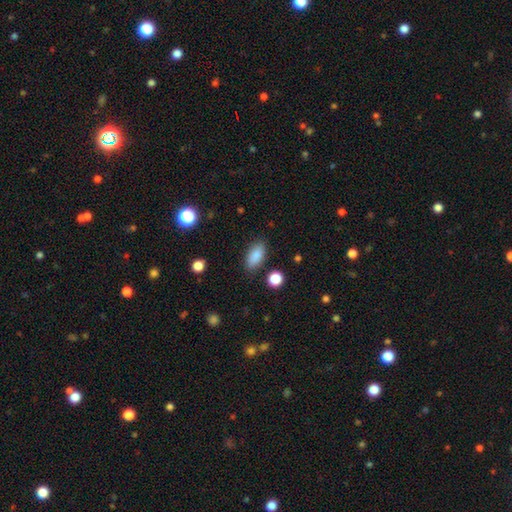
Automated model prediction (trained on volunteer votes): smooth_or_featured: smooth (p=0.87) [alt: star or artifact p=0.08]
how_rounded: in between (p=0.89) [alt: cigar-shaped p=0.06]
merging: none (p=0.84) [alt: minor disturbance p=0.11]